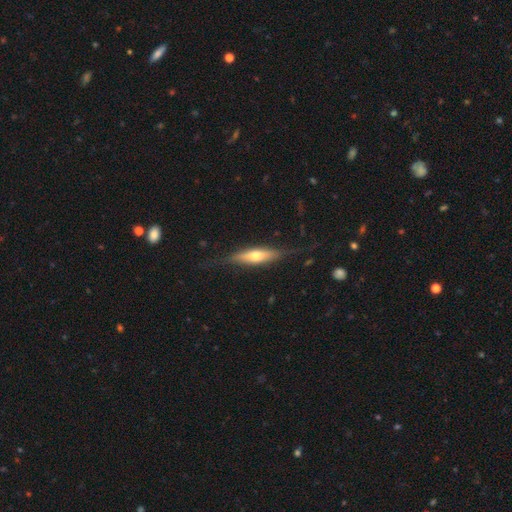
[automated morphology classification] featured or disk 54%, smooth 40%, star or artifact 6%. Down the decision tree: edge-on disk — yes (90%); merging — none (78%).